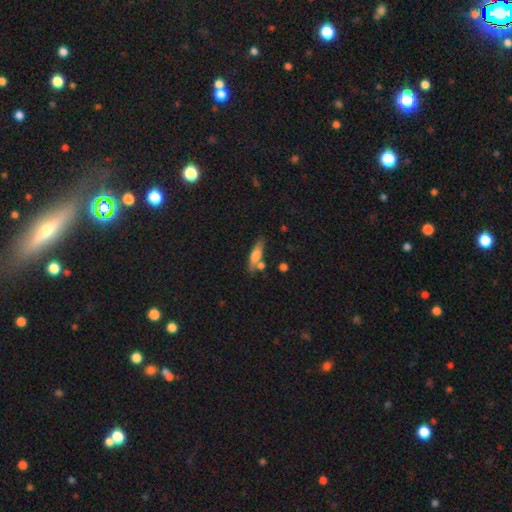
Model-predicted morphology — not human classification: Smooth or featured: smooth — 65% (featured or disk — 27%)
How rounded: cigar-shaped — 64% (in between — 33%)
Merging: none — 64% (minor disturbance — 16%)